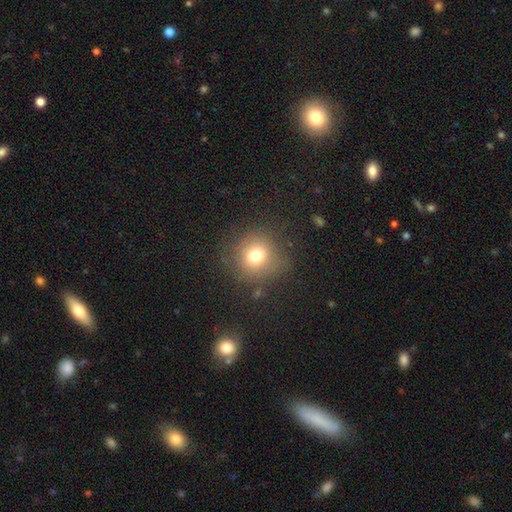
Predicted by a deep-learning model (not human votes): A smooth galaxy with no disk features (73%) that is round (90%). Merging: none (80%).